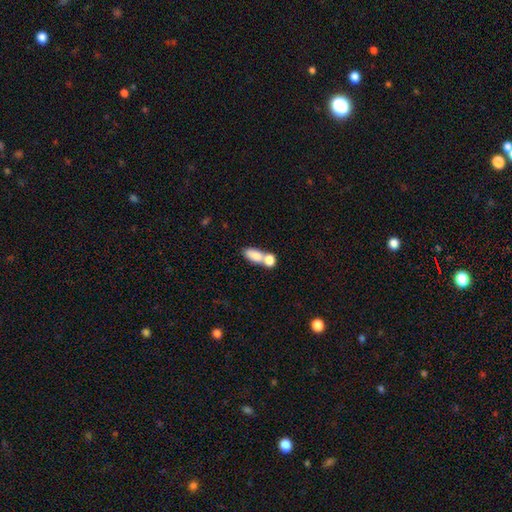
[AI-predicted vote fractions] This is clearly a smooth galaxy (81%). How rounded: clearly in between (82%). Merging: possibly merger (58%).